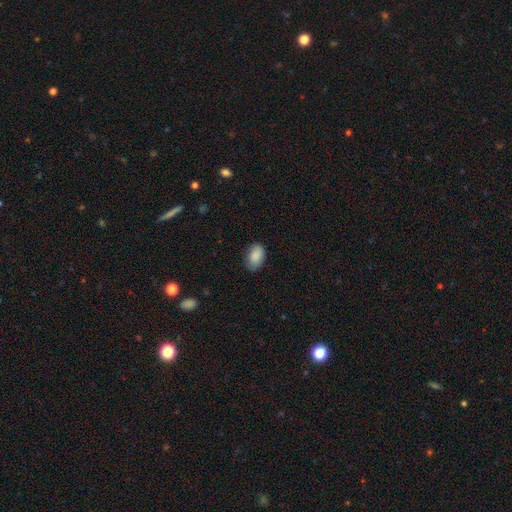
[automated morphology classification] The model was most divided on "merging": none: 75%, minor disturbance: 20%, major disturbance: 4%, merger: 1%. More confident: smooth or featured — smooth (88%); how rounded — in between (88%).